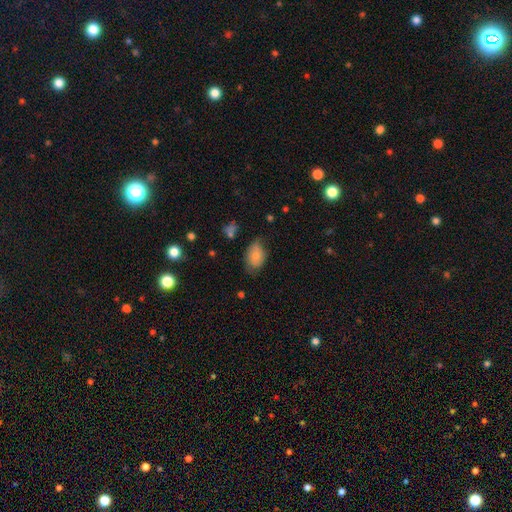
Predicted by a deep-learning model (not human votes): smooth 79%, featured or disk 13%, star or artifact 7%. Down the decision tree: how rounded — in between (86%); merging — none (59%).